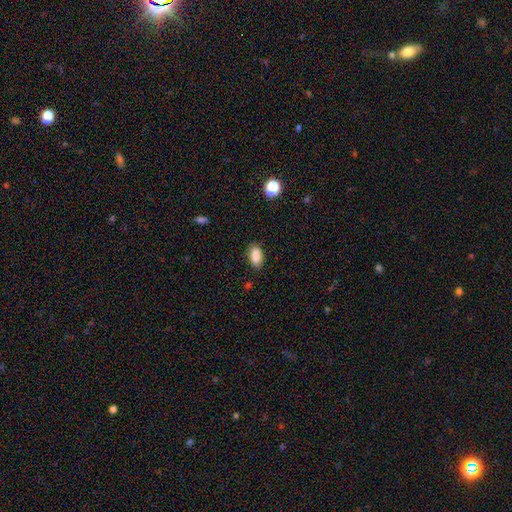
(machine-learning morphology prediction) Q: Smooth or featured?
A: smooth (86%); runner-up: star or artifact (9%)
Q: How rounded?
A: in between (88%); runner-up: cigar-shaped (7%)
Q: Merging?
A: none (83%); runner-up: minor disturbance (13%)